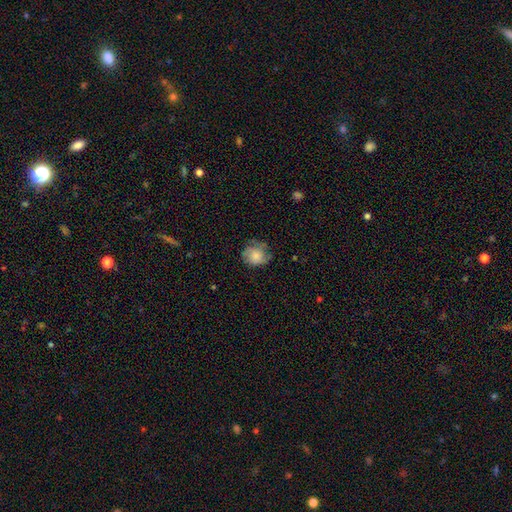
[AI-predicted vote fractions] A smooth galaxy with no disk features (59%) that is round (74%). Merging: none (59%).